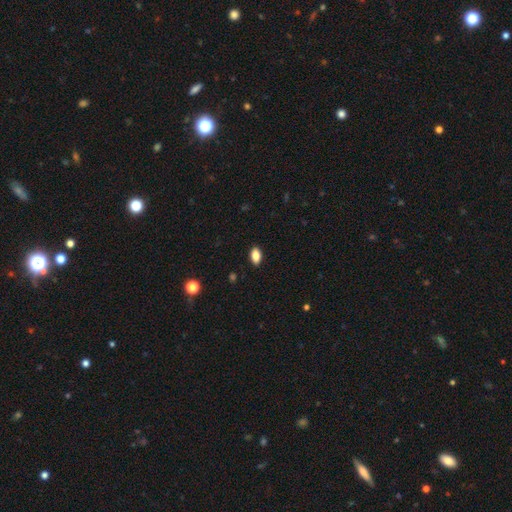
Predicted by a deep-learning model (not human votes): smooth-or-featured: smooth: 84% | star or artifact: 8% | featured or disk: 8%
  how-rounded: in between: 90% | round: 6% | cigar-shaped: 4%
  merging: none: 89% | minor disturbance: 8% | major disturbance: 2% | merger: 1%